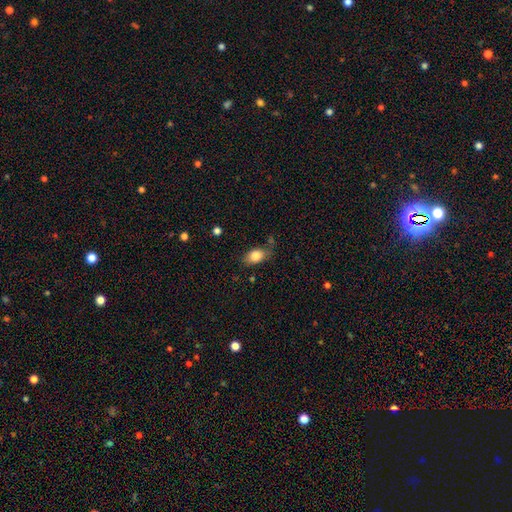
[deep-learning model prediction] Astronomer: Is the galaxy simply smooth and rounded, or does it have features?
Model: smooth — 83%.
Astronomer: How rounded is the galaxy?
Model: in between — 86%.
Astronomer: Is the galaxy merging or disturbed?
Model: none — 67%.